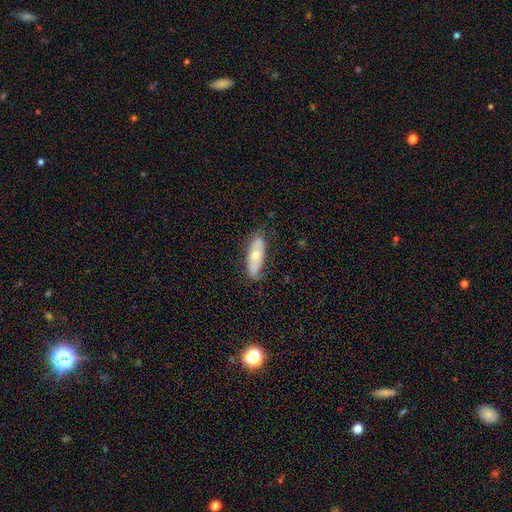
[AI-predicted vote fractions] A smooth galaxy with no disk features (55%) that is in between round and cigar-shaped (63%).

Vote fractions:
- Smooth or featured? smooth: 55% / featured or disk: 39% / star or artifact: 6%
- How rounded? in between: 63% / cigar-shaped: 35% / round: 3%
- Merging? none: 77% / minor disturbance: 18% / major disturbance: 4% / merger: 1%